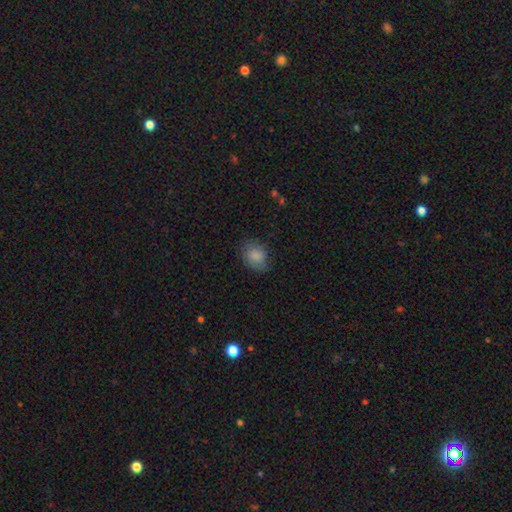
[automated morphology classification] A smooth galaxy with no disk features (77%) that is in between round and cigar-shaped (64%). Merging: none (73%).